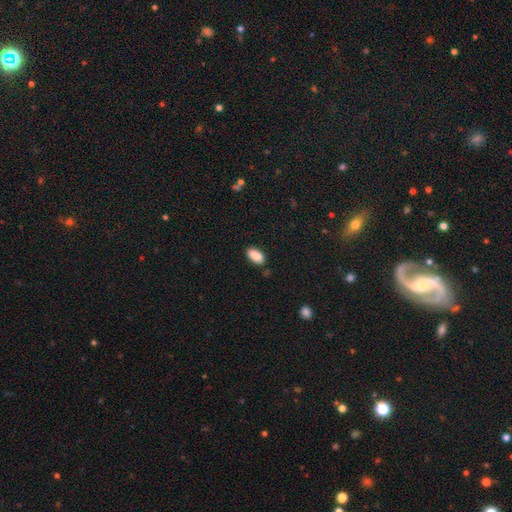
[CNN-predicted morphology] Q: Smooth or featured?
A: smooth (89%); runner-up: star or artifact (7%)
Q: How rounded?
A: in between (92%); runner-up: cigar-shaped (6%)
Q: Merging?
A: none (84%); runner-up: minor disturbance (11%)